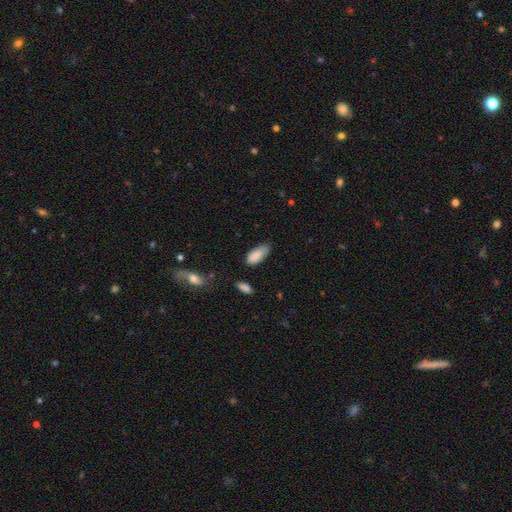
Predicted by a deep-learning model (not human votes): A smooth galaxy with no disk features (87%) that is in between round and cigar-shaped (89%). Merging: none (58%).